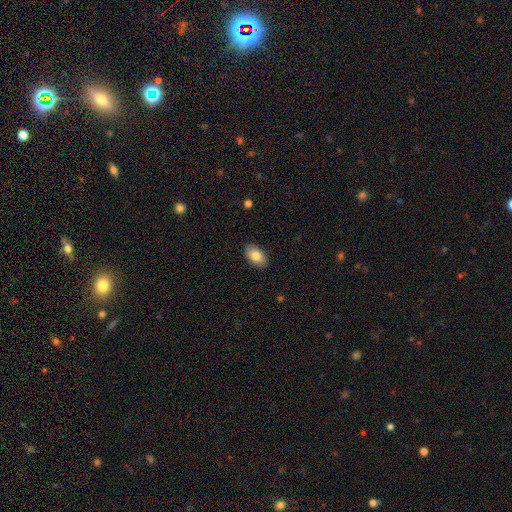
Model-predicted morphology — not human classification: Q: Smooth or featured?
A: smooth (84%); runner-up: featured or disk (9%)
Q: How rounded?
A: in between (93%); runner-up: round (6%)
Q: Merging?
A: none (87%); runner-up: minor disturbance (10%)